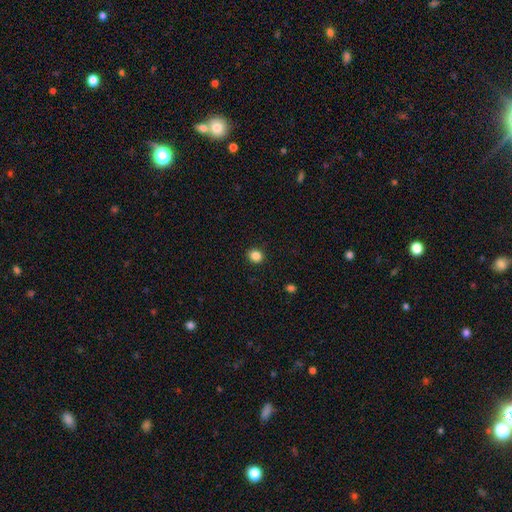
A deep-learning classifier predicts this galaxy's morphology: This is clearly a smooth galaxy (86%). How rounded: clearly round (81%). Merging: clearly none (92%).